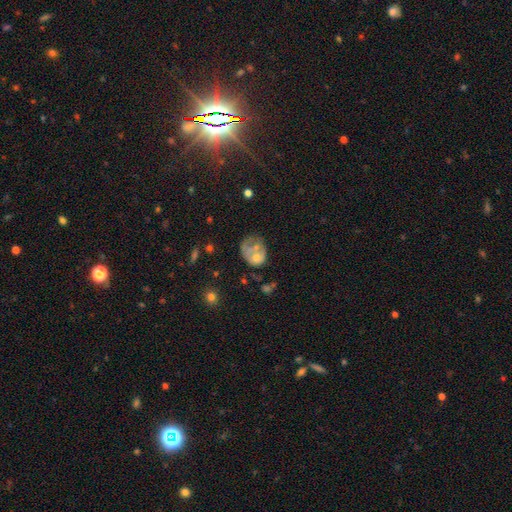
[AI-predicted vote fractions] smooth-or-featured: smooth: 53% | featured or disk: 37% | star or artifact: 10%
  how-rounded: in between: 57% | round: 42% | cigar-shaped: 1%
  merging: major disturbance: 36% | none: 24% | minor disturbance: 23% | merger: 16%